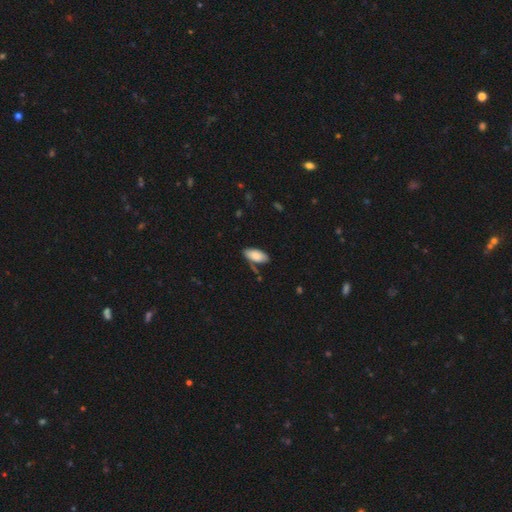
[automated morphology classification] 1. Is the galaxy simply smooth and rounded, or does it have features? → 85% smooth, 8% featured or disk, 6% star or artifact.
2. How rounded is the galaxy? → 91% in between, 7% cigar-shaped, 2% round.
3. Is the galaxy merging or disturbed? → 74% none, 17% minor disturbance, 5% merger, 4% major disturbance.